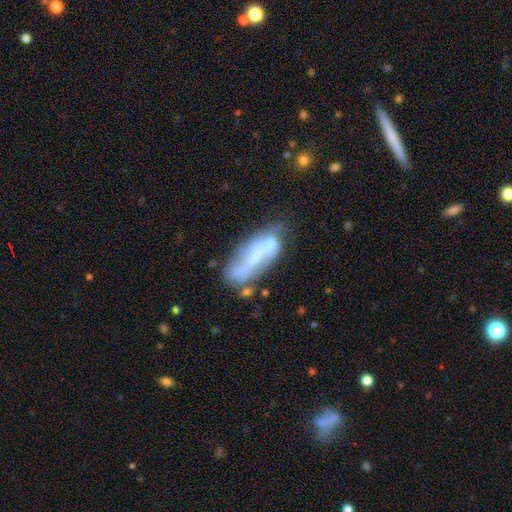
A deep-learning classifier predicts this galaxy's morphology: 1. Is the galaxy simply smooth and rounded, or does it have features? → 56% featured or disk, 35% smooth, 9% star or artifact.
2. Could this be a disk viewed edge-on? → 88% no, 12% yes.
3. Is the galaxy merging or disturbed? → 42% none, 23% minor disturbance, 18% major disturbance, 17% merger.